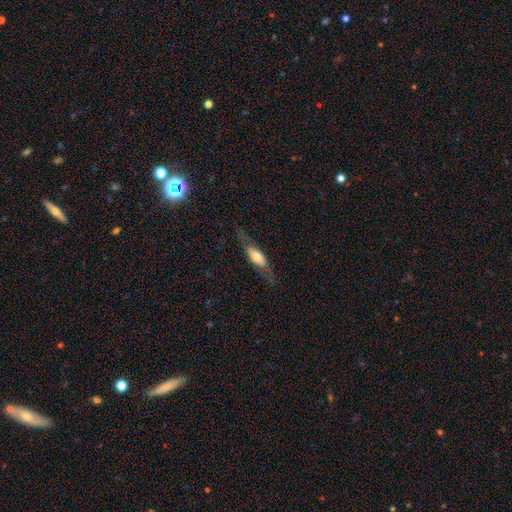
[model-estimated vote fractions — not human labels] Morphology: type=featured or disk (53%); edge-on=yes (62%); merging=none (71%).